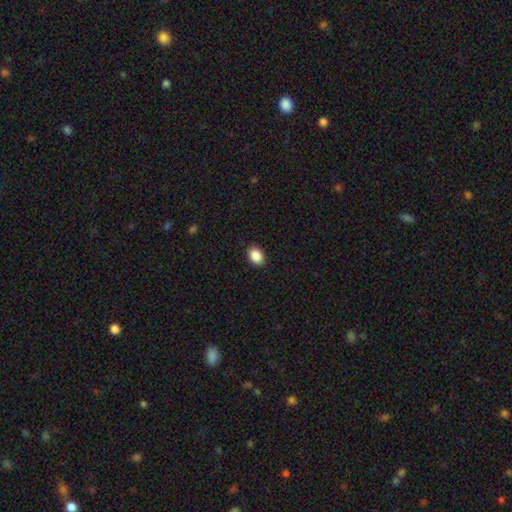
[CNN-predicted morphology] smooth-or-featured: smooth: 88% | star or artifact: 8% | featured or disk: 3%
  how-rounded: in between: 72% | round: 27% | cigar-shaped: 1%
  merging: none: 89% | minor disturbance: 8% | major disturbance: 2% | merger: 1%